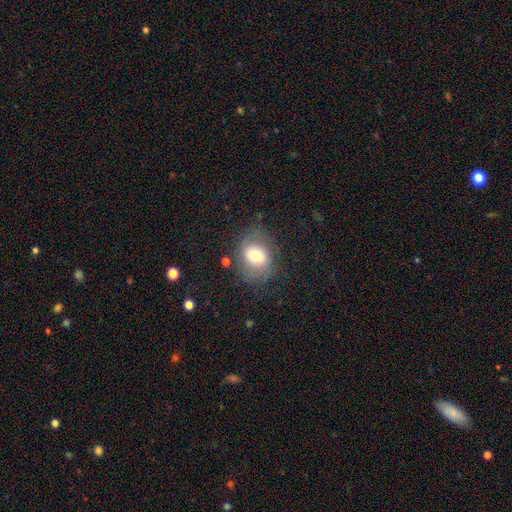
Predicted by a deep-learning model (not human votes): Overall: smooth (63%; featured or disk 27%). How rounded: round (51%; in between 48%). Merging: none (61%; minor disturbance 23%).